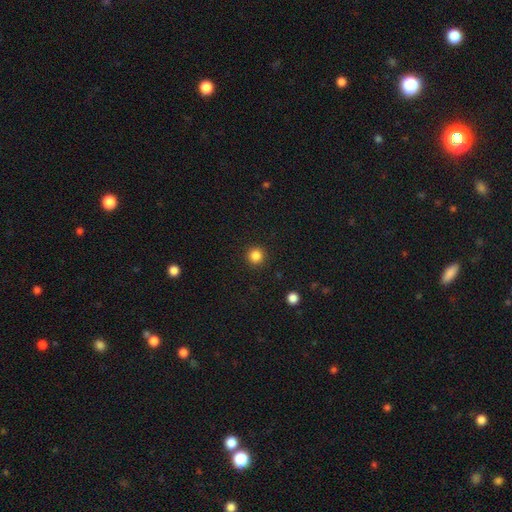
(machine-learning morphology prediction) type=smooth (85%); roundness=round (95%); merging=none (92%).